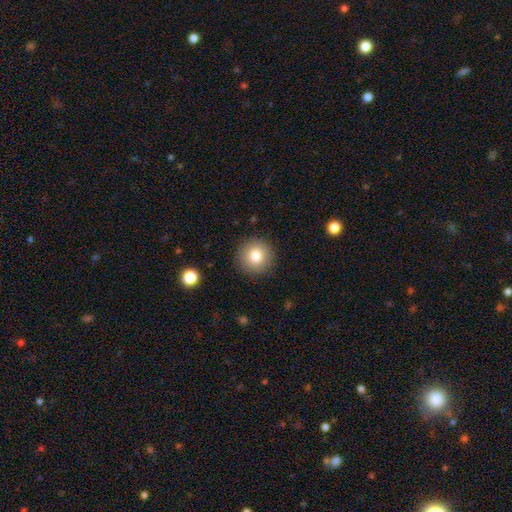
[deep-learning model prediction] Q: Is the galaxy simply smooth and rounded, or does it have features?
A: smooth — 81%.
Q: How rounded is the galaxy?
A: round — 95%.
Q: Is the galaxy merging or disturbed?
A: none — 90%.